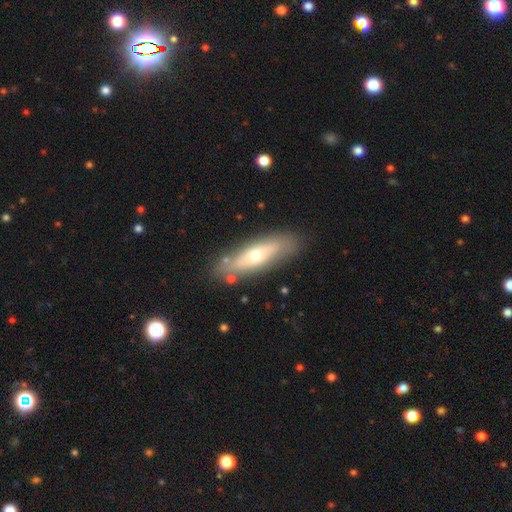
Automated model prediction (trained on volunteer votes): smooth_or_featured: smooth (p=0.49) [alt: featured or disk p=0.45]
merging: none (p=0.81) [alt: minor disturbance p=0.12]